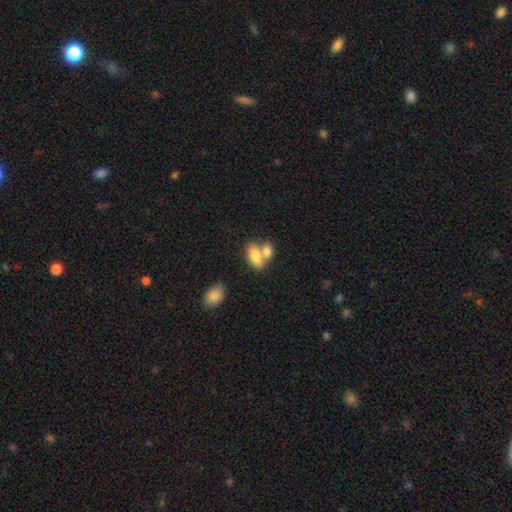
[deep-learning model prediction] smooth 80%, featured or disk 13%, star or artifact 7%. Down the decision tree: how rounded — in between (89%); merging — merger (59%).